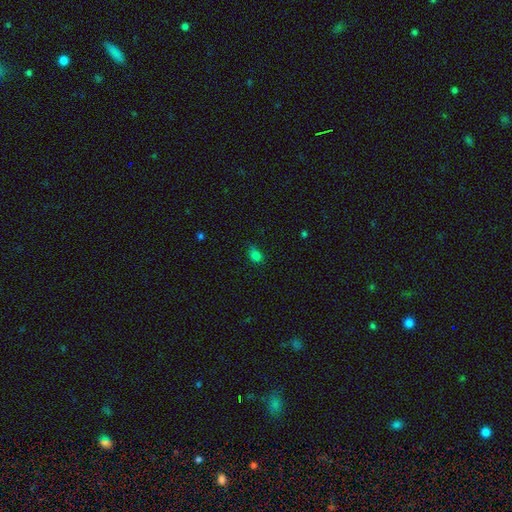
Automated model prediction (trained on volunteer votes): Overall: smooth (78%). How rounded: in between (61%; round 37%). Merging: none (61%; minor disturbance 29%).